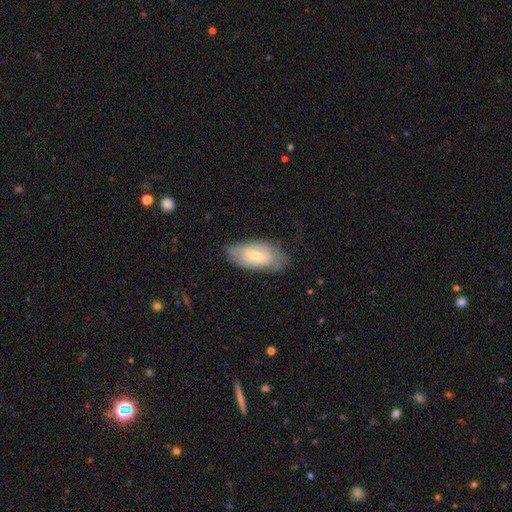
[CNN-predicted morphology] This is possibly a featured or disk galaxy (49%). Merging: likely none (61%).